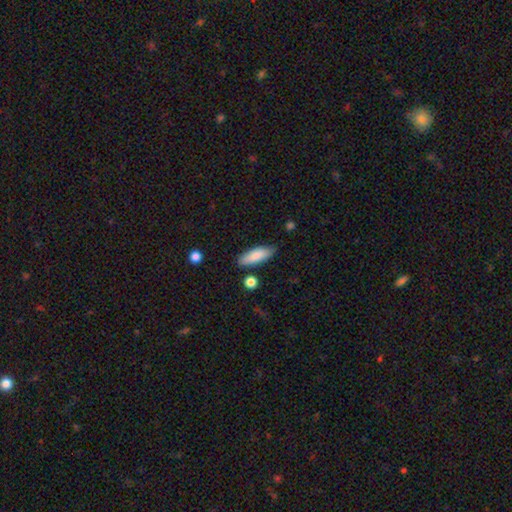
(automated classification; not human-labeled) Smooth or featured: smooth — 85% (featured or disk — 9%)
How rounded: in between — 61% (cigar-shaped — 37%)
Merging: none — 81% (minor disturbance — 13%)